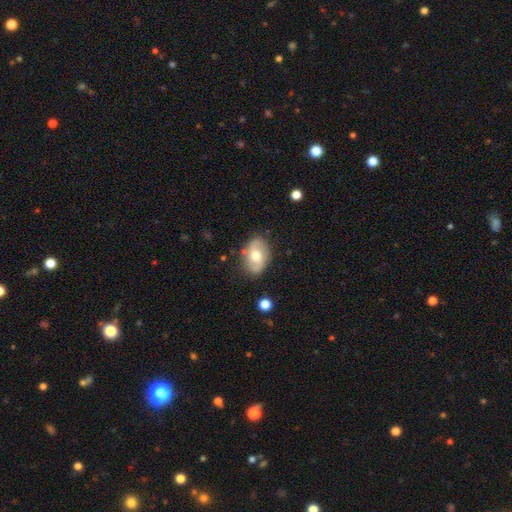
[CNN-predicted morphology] Smooth or featured?
  - featured or disk: 48% *
  - smooth: 46%
  - star or artifact: 7%
Merging?
  - none: 80% *
  - minor disturbance: 14%
  - major disturbance: 3%
  - merger: 2%